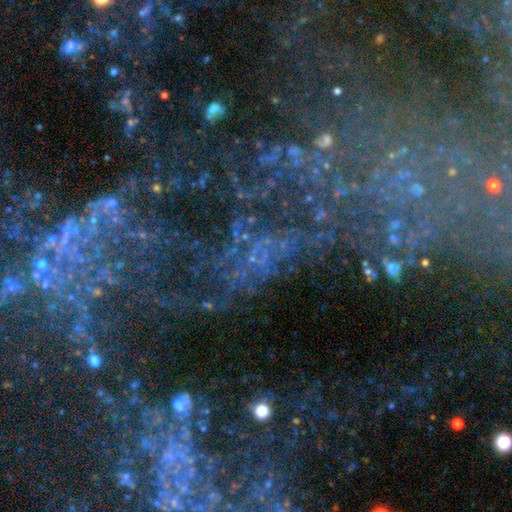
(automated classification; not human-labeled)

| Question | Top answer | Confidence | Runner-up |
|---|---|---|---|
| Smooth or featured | star or artifact | 75% | featured or disk (15%) |